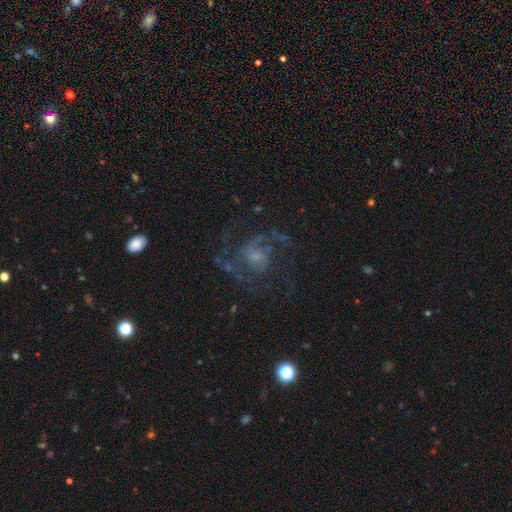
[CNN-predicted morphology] Q: Smooth or featured?
A: featured or disk (76%); runner-up: smooth (13%)
Q: Edge-on disk?
A: no (98%); runner-up: yes (2%)
Q: Bar?
A: no (64%); runner-up: weak (31%)
Q: Spiral arms?
A: yes (86%); runner-up: no (14%)
Q: Spiral winding?
A: medium (51%); runner-up: loose (26%)
Q: Spiral arm count?
A: 2 (38%); runner-up: can't tell (23%)
Q: Bulge size?
A: small (50%); runner-up: moderate (29%)
Q: Merging?
A: none (58%); runner-up: major disturbance (24%)